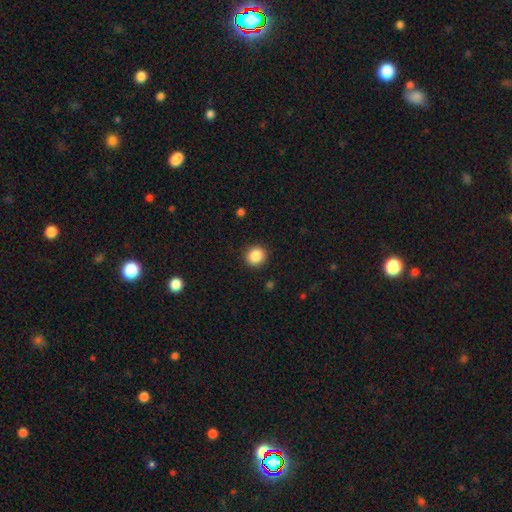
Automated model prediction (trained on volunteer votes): This appears to be a smooth galaxy with no disk features (87%) that is round (89%). Merging: none (91%).